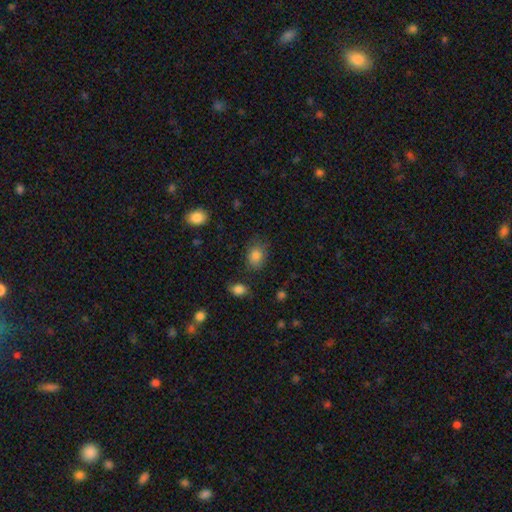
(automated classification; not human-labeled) smooth-or-featured: smooth: 84% | star or artifact: 10% | featured or disk: 6%
  how-rounded: in between: 55% | round: 44% | cigar-shaped: 1%
  merging: none: 74% | minor disturbance: 18% | major disturbance: 5% | merger: 2%